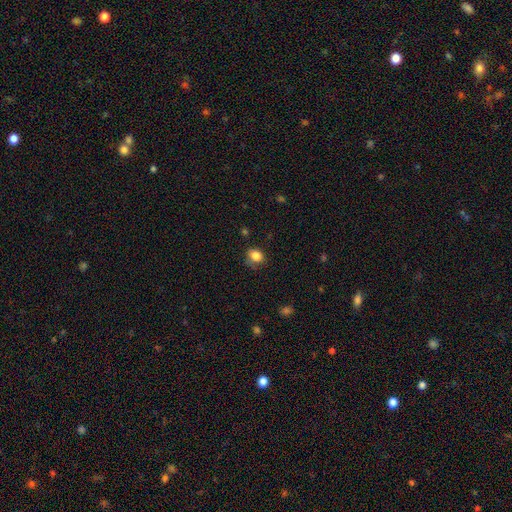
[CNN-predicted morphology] smooth-or-featured: smooth: 84% | star or artifact: 10% | featured or disk: 6%
  how-rounded: round: 56% | in between: 43% | cigar-shaped: 1%
  merging: none: 67% | minor disturbance: 24% | major disturbance: 6% | merger: 2%